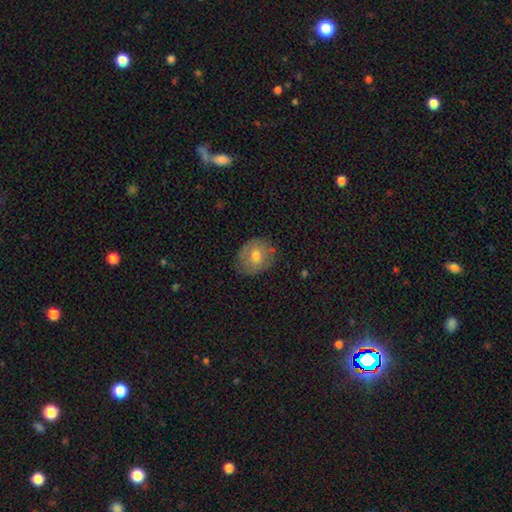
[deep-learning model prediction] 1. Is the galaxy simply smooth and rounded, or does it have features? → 63% smooth, 29% featured or disk, 8% star or artifact.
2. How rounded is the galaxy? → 61% round, 38% in between, 1% cigar-shaped.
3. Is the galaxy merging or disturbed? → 77% none, 17% minor disturbance, 5% major disturbance, 1% merger.